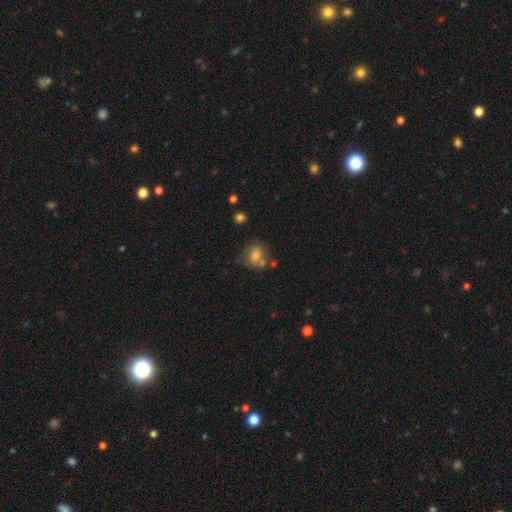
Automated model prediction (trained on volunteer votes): Smooth or featured? smooth (68%)
How rounded? round (67%)
Merging? none (54%)